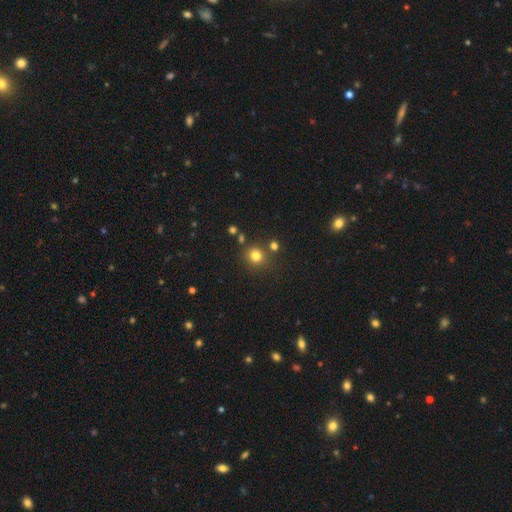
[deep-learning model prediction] Smooth or featured: smooth — 78% (star or artifact — 16%)
How rounded: round — 89% (in between — 10%)
Merging: none — 80% (minor disturbance — 8%)